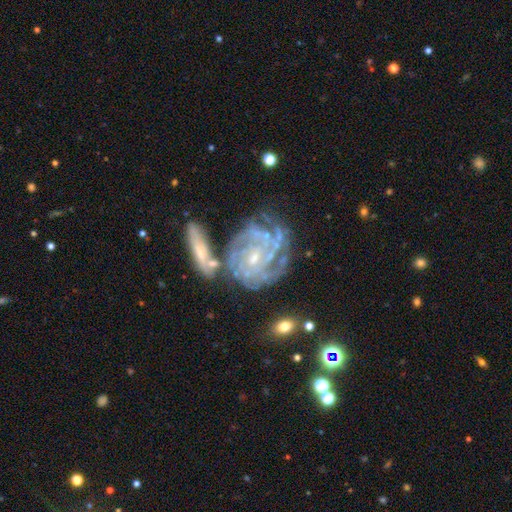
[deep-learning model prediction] smooth-or-featured: featured or disk: 86% | star or artifact: 7% | smooth: 7%
  disk-edge-on: no: 96% | yes: 4%
    bar: no: 59% | weak: 31% | strong: 10%
    has-spiral-arms: yes: 95% | no: 5%
      spiral-winding: tight: 74% | medium: 21% | loose: 5%
      spiral-arm-count: can't tell: 32% | 4: 23% | 3: 17% | more than 4: 11% | 2: 10% | 1: 6%
    bulge-size: small: 72% | moderate: 22% | none: 4% | large: 1% | dominant: 1%
  merging: none: 48% | merger: 22% | minor disturbance: 19% | major disturbance: 11%